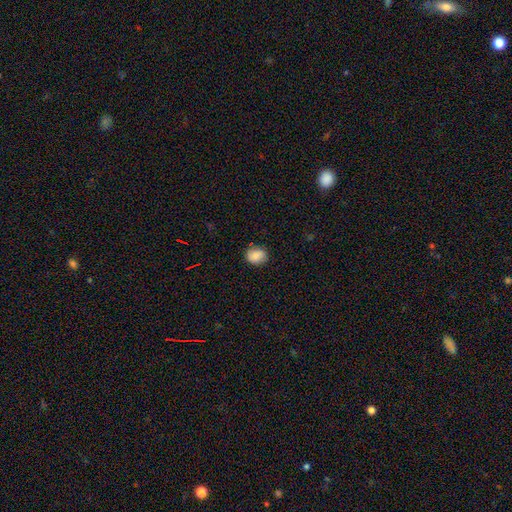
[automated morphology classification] type=smooth (84%); roundness=round (51%); merging=none (82%).